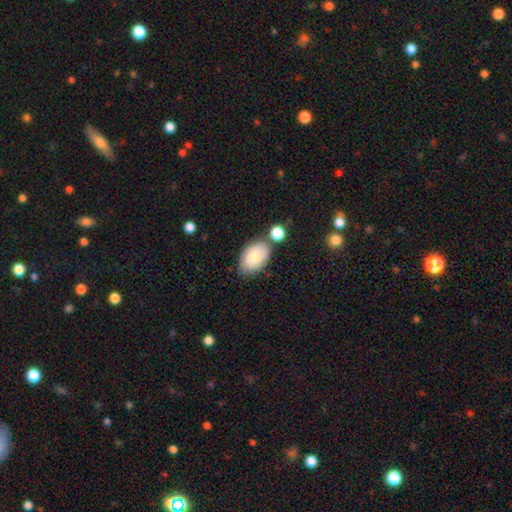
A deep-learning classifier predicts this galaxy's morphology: This appears to be a smooth galaxy with no disk features (81%) that is in between round and cigar-shaped (91%). Merging: none (64%).